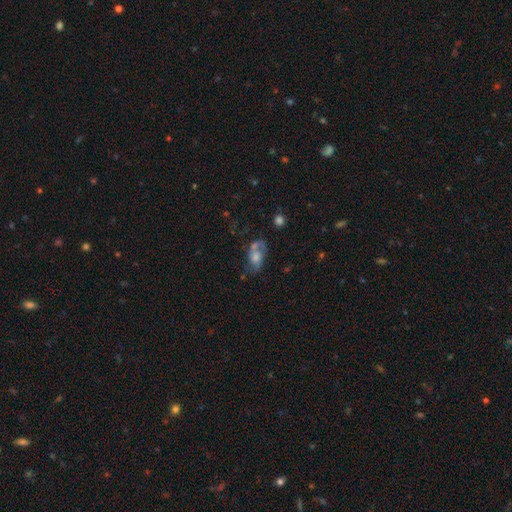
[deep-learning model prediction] This appears to be a featured or disk galaxy (60%) with no bar (72%), spiral arms (81%) and a moderate central bulge (38%). Merging: none (43%).